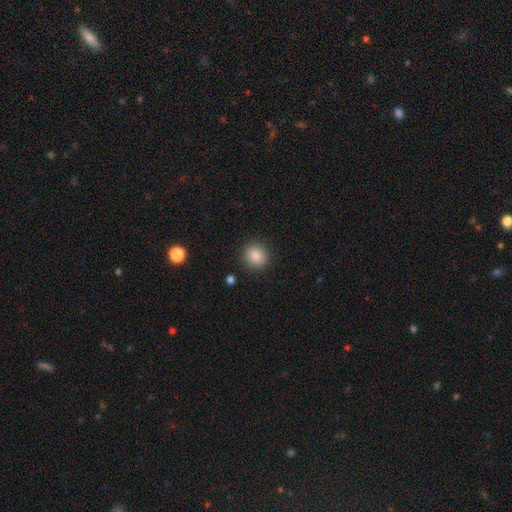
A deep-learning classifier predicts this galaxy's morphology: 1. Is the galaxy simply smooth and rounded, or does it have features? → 87% smooth, 9% star or artifact, 4% featured or disk.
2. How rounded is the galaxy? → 84% round, 15% in between, 1% cigar-shaped.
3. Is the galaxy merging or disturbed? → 89% none, 7% minor disturbance, 2% major disturbance, 1% merger.